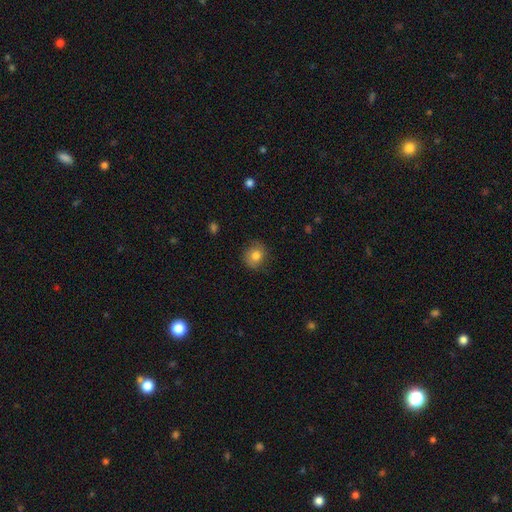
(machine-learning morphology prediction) A smooth galaxy with no disk features (80%) that is round (76%).

Vote fractions:
- Smooth or featured? smooth: 80% / featured or disk: 11% / star or artifact: 10%
- How rounded? round: 76% / in between: 23% / cigar-shaped: 1%
- Merging? none: 81% / minor disturbance: 14% / major disturbance: 3% / merger: 1%